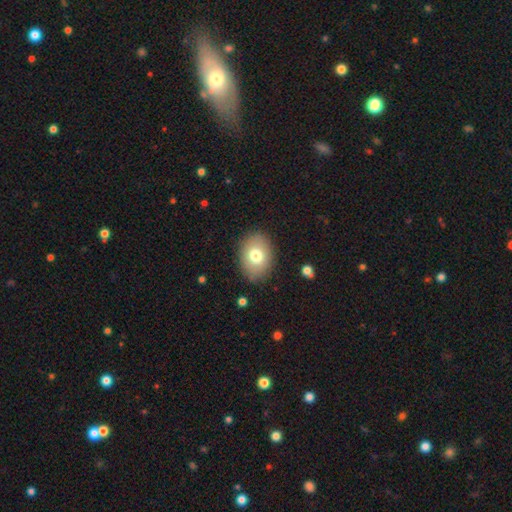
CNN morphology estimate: This is likely a smooth galaxy (75%). How rounded: likely in between (73%). Merging: clearly none (86%).